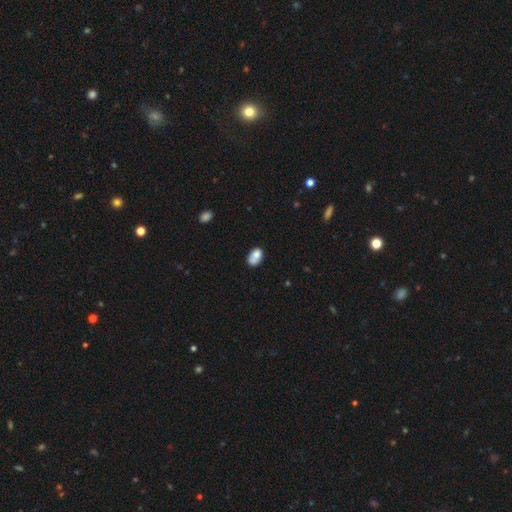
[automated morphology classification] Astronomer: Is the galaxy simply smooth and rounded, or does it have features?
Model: smooth — 75%.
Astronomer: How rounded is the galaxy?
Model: in between — 79%.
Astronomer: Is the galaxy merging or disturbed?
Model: none — 39% (runner-up: merger, 33%).